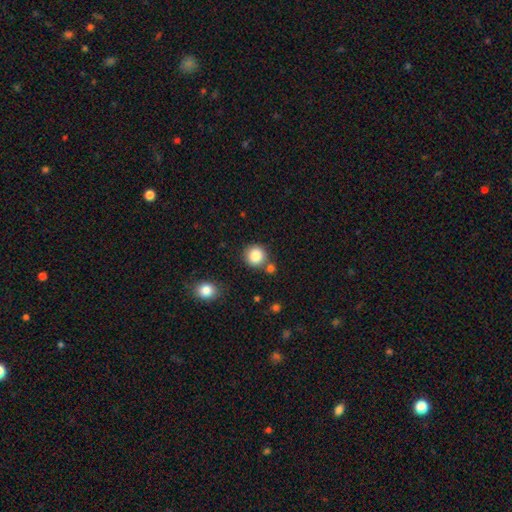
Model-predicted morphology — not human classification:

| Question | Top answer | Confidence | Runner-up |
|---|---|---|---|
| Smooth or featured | smooth | 86% | star or artifact (9%) |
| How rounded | round | 91% | in between (8%) |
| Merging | none | 76% | merger (12%) |